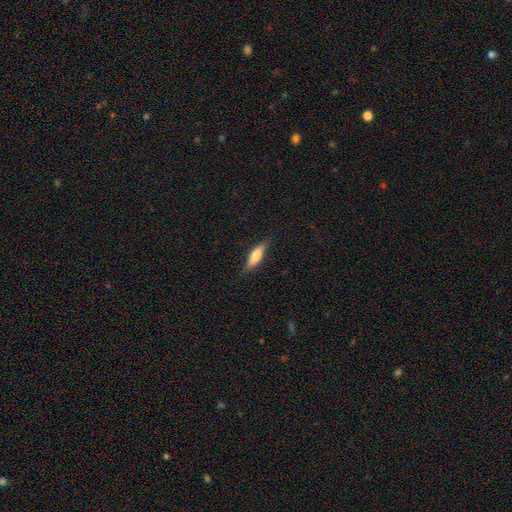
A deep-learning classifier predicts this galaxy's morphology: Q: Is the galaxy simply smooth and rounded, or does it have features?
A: smooth — 65%.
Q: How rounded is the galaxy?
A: cigar-shaped — 66%.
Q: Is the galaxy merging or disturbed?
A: none — 79%.